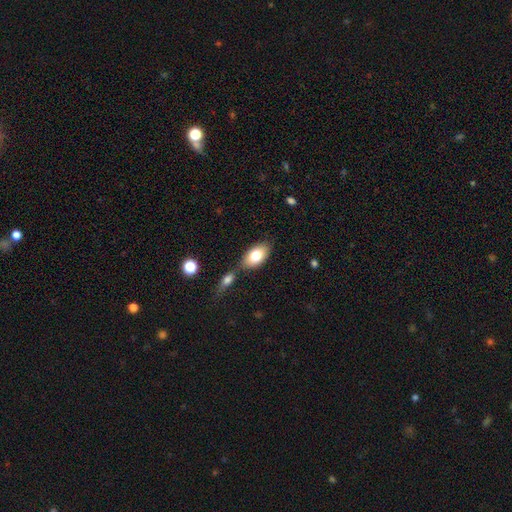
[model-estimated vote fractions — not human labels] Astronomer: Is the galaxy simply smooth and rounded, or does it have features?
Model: smooth — 78%.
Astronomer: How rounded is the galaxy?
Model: in between — 92%.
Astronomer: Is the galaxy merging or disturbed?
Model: none — 64%.